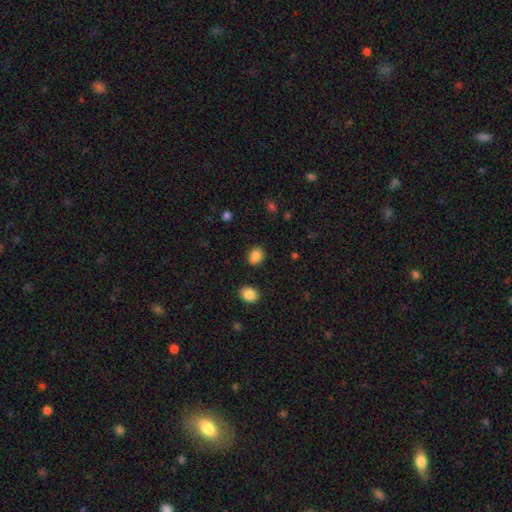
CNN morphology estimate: smooth 84%, star or artifact 10%, featured or disk 6%. Down the decision tree: how rounded — round (64%); merging — none (81%).